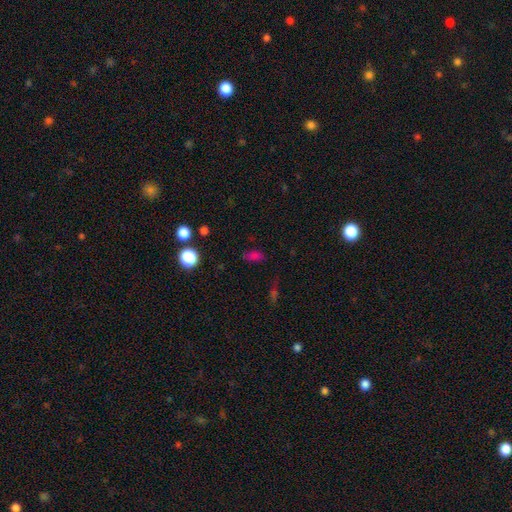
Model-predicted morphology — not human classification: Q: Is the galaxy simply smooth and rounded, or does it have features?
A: smooth — 68%.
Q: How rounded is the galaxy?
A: in between — 82%.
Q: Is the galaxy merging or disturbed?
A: none — 75%.